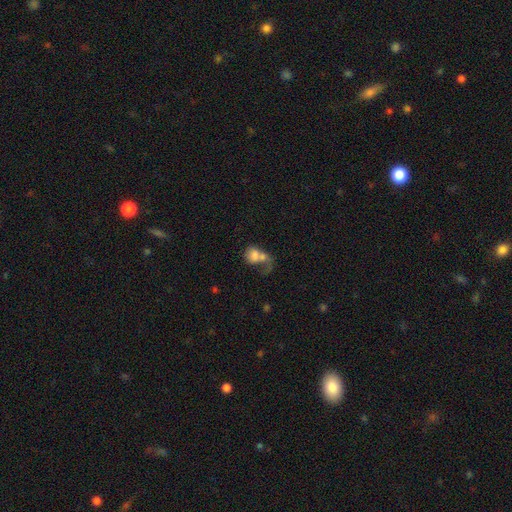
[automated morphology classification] smooth_or_featured: smooth (p=0.63) [alt: featured or disk p=0.28]
how_rounded: in between (p=0.54) [alt: round p=0.44]
merging: merger (p=0.54) [alt: major disturbance p=0.24]